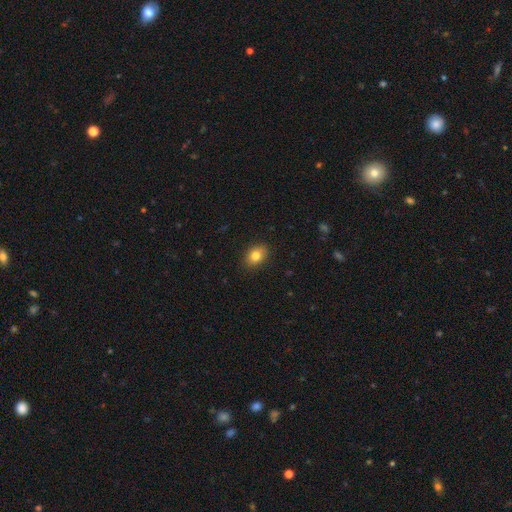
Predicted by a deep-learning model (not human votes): Smooth or featured: smooth — 82% (star or artifact — 10%)
How rounded: in between — 65% (round — 33%)
Merging: none — 87% (minor disturbance — 10%)